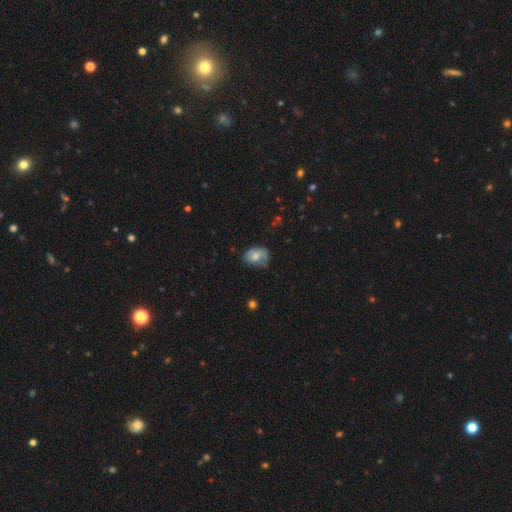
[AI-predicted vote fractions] Smooth or featured: smooth — 61% (featured or disk — 30%)
How rounded: in between — 73% (round — 26%)
Merging: none — 55% (minor disturbance — 32%)